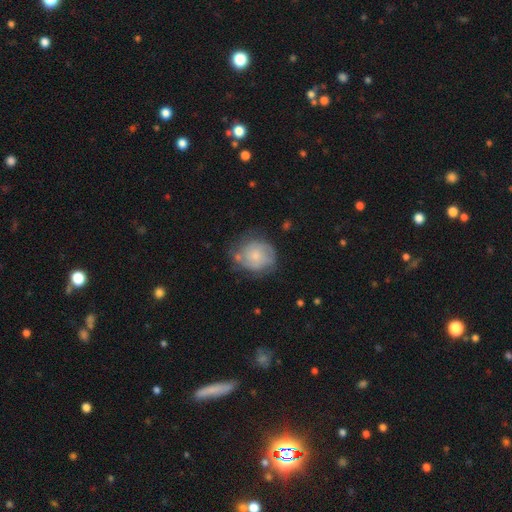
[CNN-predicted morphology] A featured or disk galaxy (49%). Merging: none (58%).